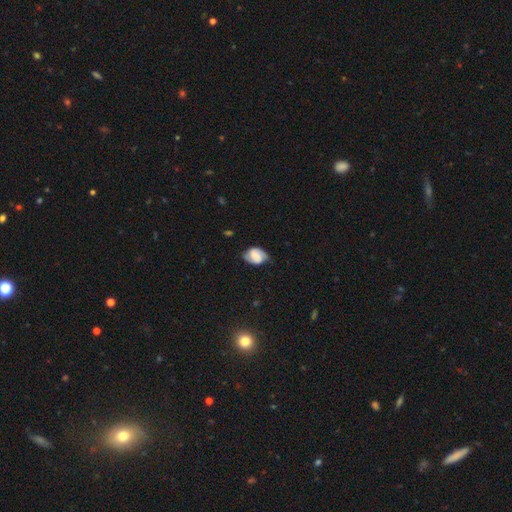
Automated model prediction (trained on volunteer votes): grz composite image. It shows a featured or disk galaxy (48%). Merging: none (62%).